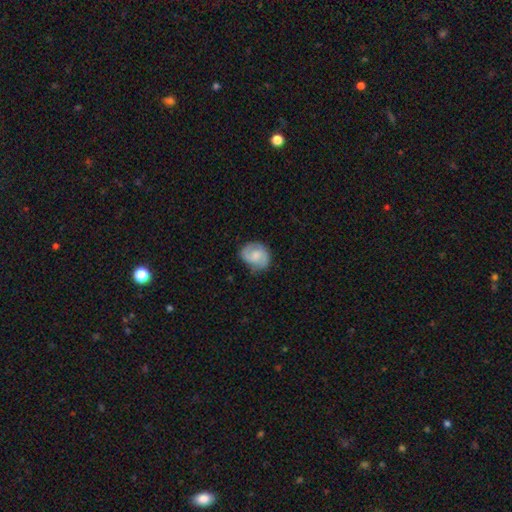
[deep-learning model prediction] smooth_or_featured: featured or disk (p=0.62) [alt: smooth p=0.31]
disk_edge_on: no (p=0.98) [alt: yes p=0.02]
bar: no (p=0.50) [alt: weak p=0.42]
has_spiral_arms: yes (p=0.92) [alt: no p=0.08]
spiral_winding: medium (p=0.49) [alt: tight p=0.33]
spiral_arm_count: 2 (p=0.84) [alt: can't tell p=0.08]
bulge_size: moderate (p=0.41) [alt: small p=0.34]
merging: none (p=0.74) [alt: minor disturbance p=0.19]